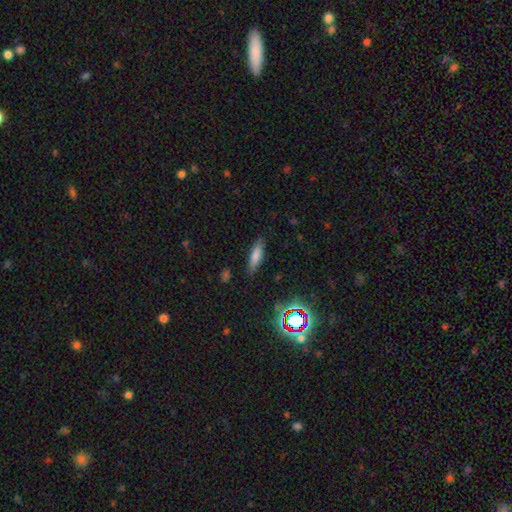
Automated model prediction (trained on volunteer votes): smooth_or_featured: smooth (p=0.74) [alt: featured or disk p=0.16]
how_rounded: cigar-shaped (p=0.60) [alt: in between p=0.38]
merging: none (p=0.84) [alt: minor disturbance p=0.12]